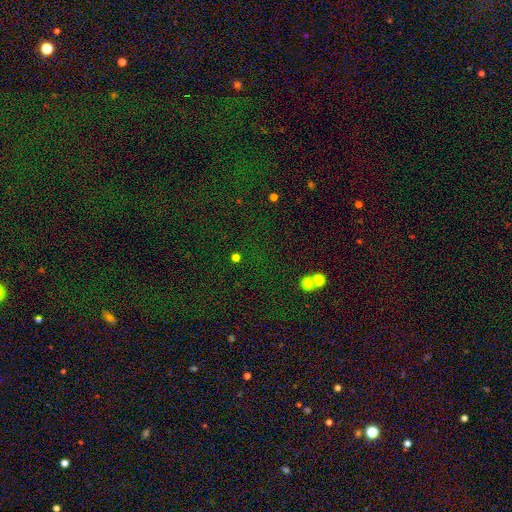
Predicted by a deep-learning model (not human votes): Smooth or featured: star or artifact — 80% (smooth — 13%)